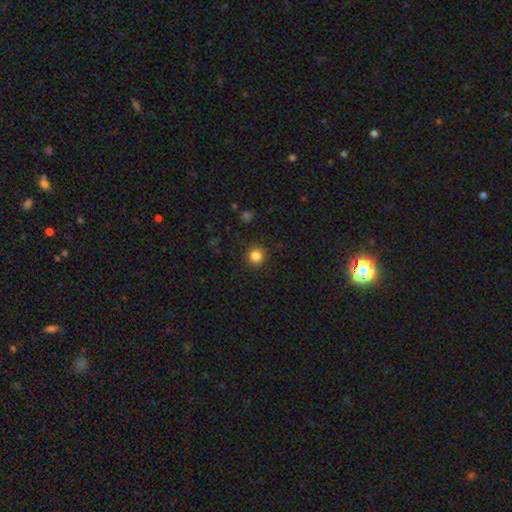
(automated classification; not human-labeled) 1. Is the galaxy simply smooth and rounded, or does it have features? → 84% smooth, 12% star or artifact, 4% featured or disk.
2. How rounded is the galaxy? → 94% round, 6% in between, 1% cigar-shaped.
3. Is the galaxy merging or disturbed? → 91% none, 6% minor disturbance, 2% major disturbance, 1% merger.